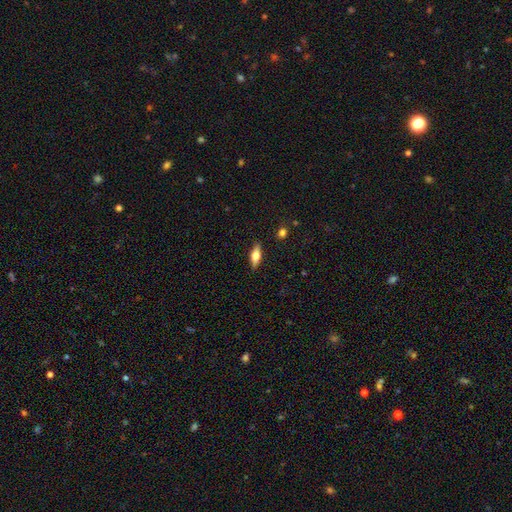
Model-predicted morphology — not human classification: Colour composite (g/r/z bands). It shows a smooth galaxy with no disk features (50%) that is in between round and cigar-shaped (59%). Merging: none (89%).